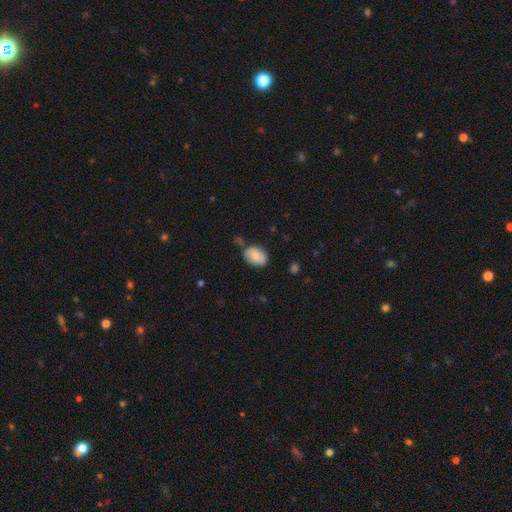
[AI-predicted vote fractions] Smooth or featured? smooth (76%)
How rounded? in between (80%)
Merging? none (70%)